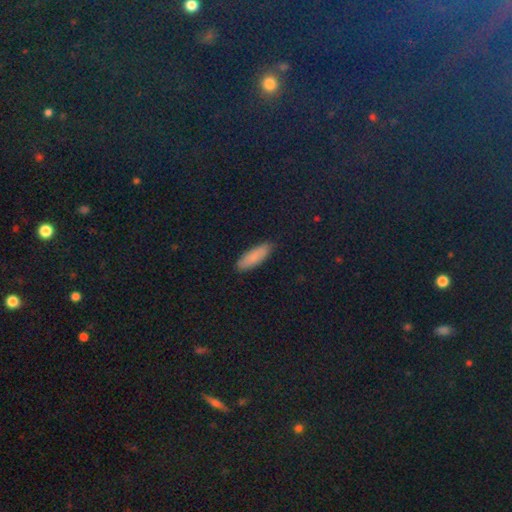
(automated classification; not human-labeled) This appears to be a smooth galaxy with no disk features (85%) that is cigar-shaped (49%, tied with in between). Merging: none (89%).